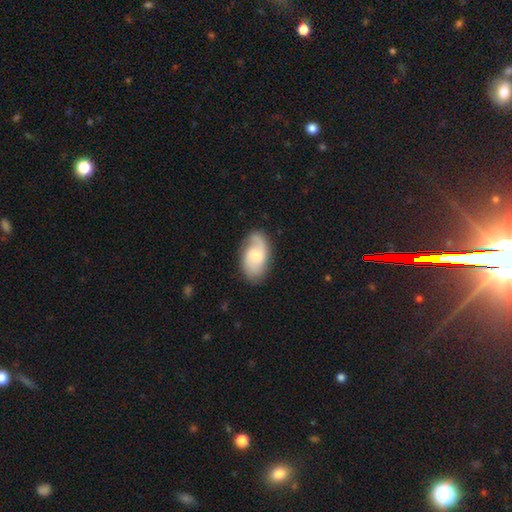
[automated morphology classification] smooth_or_featured: featured or disk (p=0.65) [alt: smooth p=0.30]
disk_edge_on: no (p=0.96) [alt: yes p=0.04]
bar: no (p=0.55) [alt: weak p=0.39]
has_spiral_arms: yes (p=0.91) [alt: no p=0.09]
spiral_winding: medium (p=0.46) [alt: loose p=0.32]
spiral_arm_count: 2 (p=0.78) [alt: can't tell p=0.09]
bulge_size: moderate (p=0.52) [alt: small p=0.39]
merging: none (p=0.78) [alt: minor disturbance p=0.16]